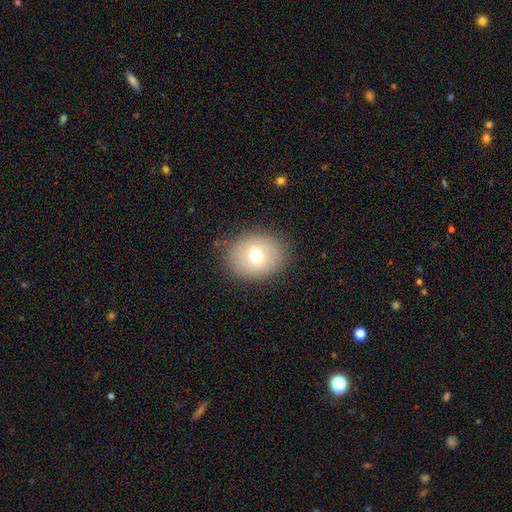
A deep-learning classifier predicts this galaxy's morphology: smooth-or-featured: smooth: 71% | featured or disk: 17% | star or artifact: 12%
  how-rounded: round: 58% | in between: 41% | cigar-shaped: 1%
  merging: none: 87% | minor disturbance: 8% | major disturbance: 4% | merger: 1%